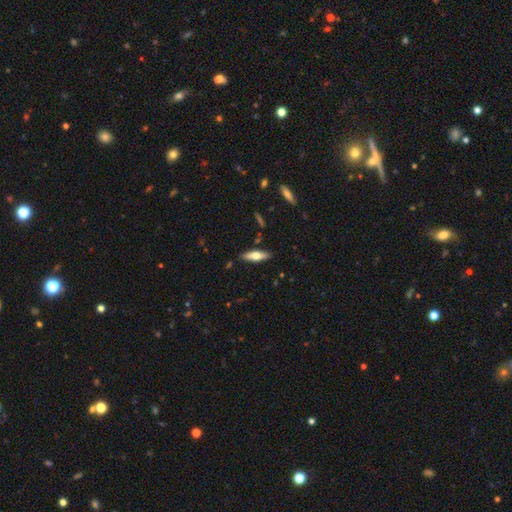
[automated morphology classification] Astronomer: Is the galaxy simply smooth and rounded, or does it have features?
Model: smooth — 53% (runner-up: featured or disk, 40%).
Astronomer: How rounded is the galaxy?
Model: cigar-shaped — 55% (runner-up: in between, 43%).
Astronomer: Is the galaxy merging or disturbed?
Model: none — 86%.